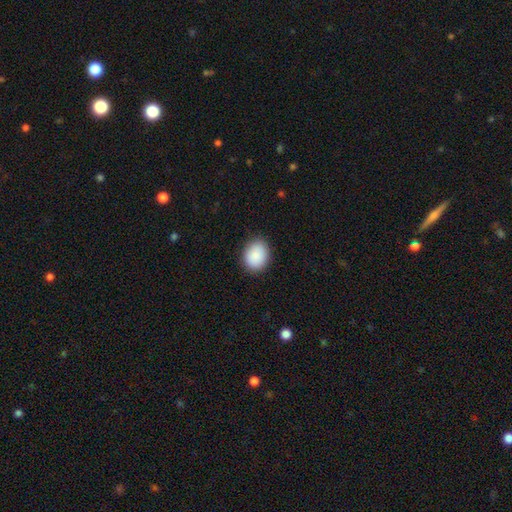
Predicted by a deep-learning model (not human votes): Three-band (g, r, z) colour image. It shows a smooth galaxy with no disk features (90%) that is in between round and cigar-shaped (58%). Merging: none (87%).